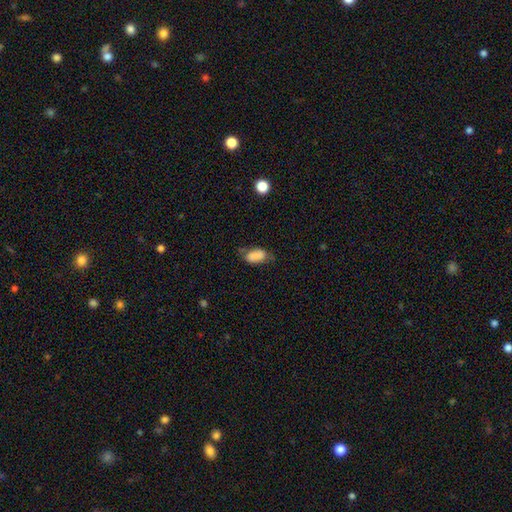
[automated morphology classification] smooth_or_featured: smooth (p=0.82) [alt: featured or disk p=0.09]
how_rounded: in between (p=0.91) [alt: round p=0.05]
merging: none (p=0.54) [alt: minor disturbance p=0.32]